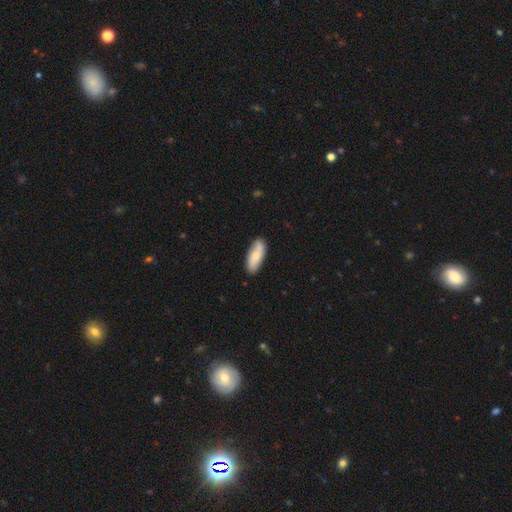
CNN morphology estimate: Q: Smooth or featured?
A: smooth (66%); runner-up: featured or disk (28%)
Q: How rounded?
A: in between (72%); runner-up: cigar-shaped (26%)
Q: Merging?
A: none (81%); runner-up: minor disturbance (14%)